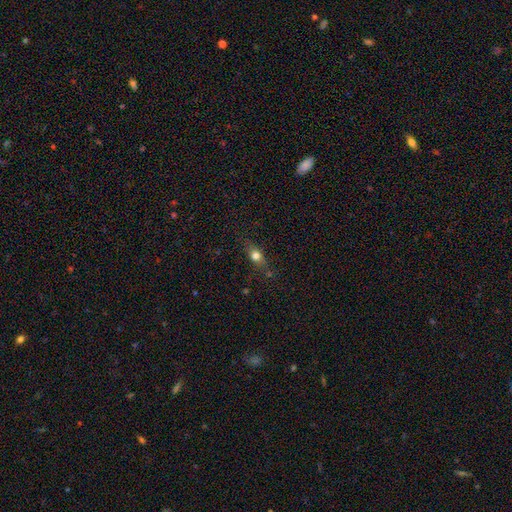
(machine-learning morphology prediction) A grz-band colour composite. It shows a smooth galaxy with no disk features (70%) that is in between round and cigar-shaped (59%). Merging: none (74%).